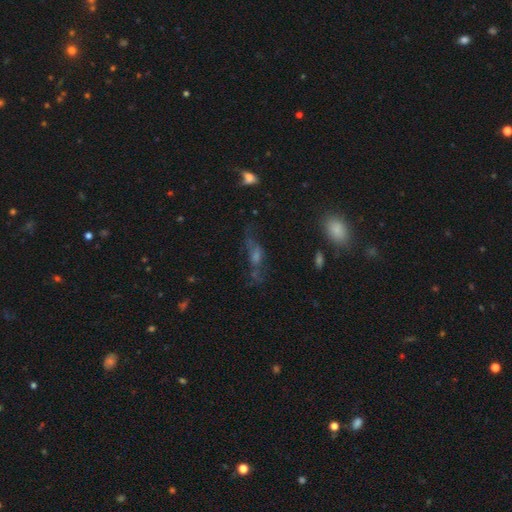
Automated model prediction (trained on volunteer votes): A featured or disk galaxy (40%). Merging: none (56%).